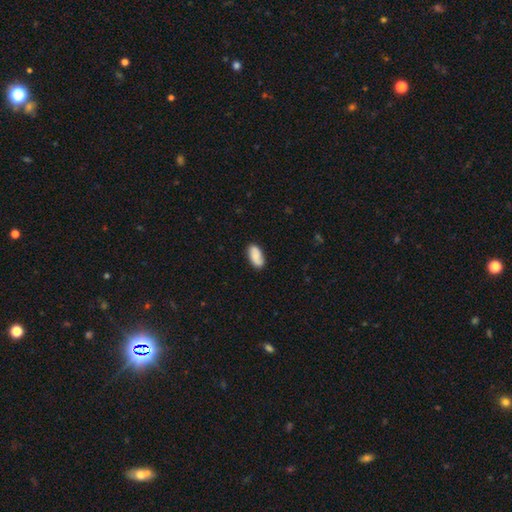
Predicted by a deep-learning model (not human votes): Smooth or featured? smooth (76%)
How rounded? in between (92%)
Merging? none (80%)